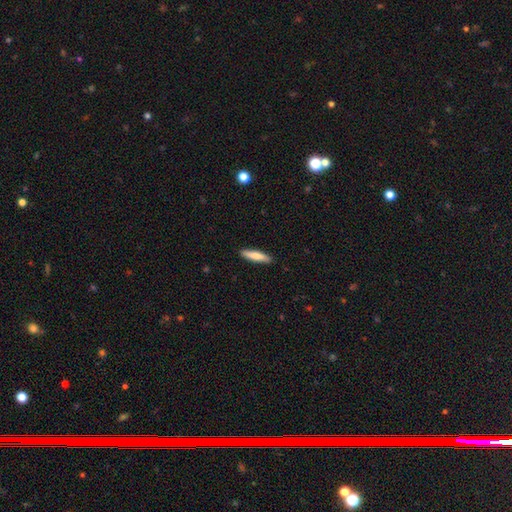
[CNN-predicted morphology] smooth_or_featured: smooth (p=0.73) [alt: featured or disk p=0.22]
how_rounded: cigar-shaped (p=0.81) [alt: in between p=0.18]
merging: none (p=0.90) [alt: minor disturbance p=0.07]